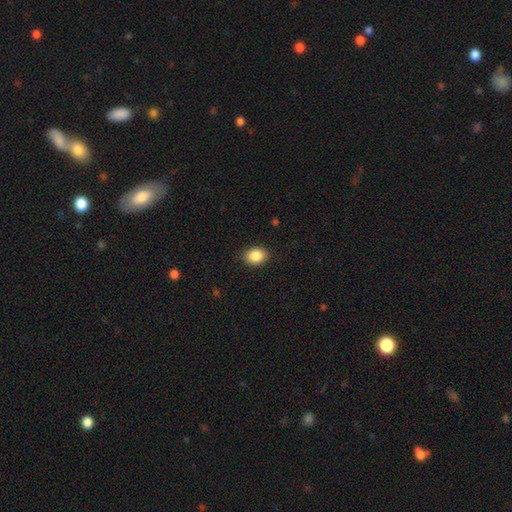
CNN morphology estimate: Smooth or featured: smooth — 88% (star or artifact — 8%)
How rounded: in between — 63% (round — 36%)
Merging: none — 89% (minor disturbance — 8%)